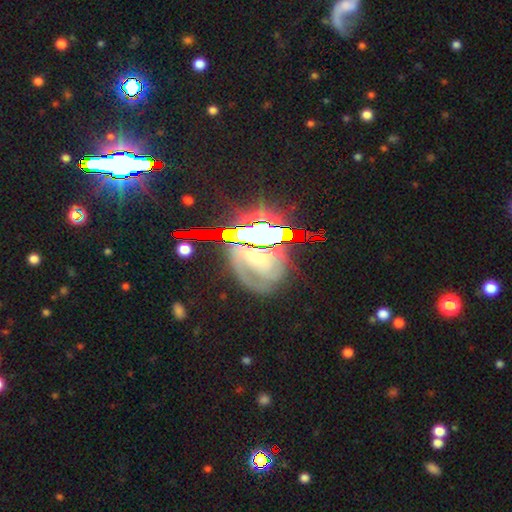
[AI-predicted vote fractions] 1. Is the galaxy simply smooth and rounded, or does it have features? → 57% featured or disk, 27% star or artifact, 16% smooth.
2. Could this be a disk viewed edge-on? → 95% no, 5% yes.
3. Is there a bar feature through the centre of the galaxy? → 49% no, 30% weak, 21% strong.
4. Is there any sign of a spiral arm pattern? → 82% yes, 18% no.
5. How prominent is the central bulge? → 56% moderate, 32% small, 7% large, 2% none, 2% dominant.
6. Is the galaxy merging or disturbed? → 64% none, 18% minor disturbance, 12% major disturbance, 5% merger.